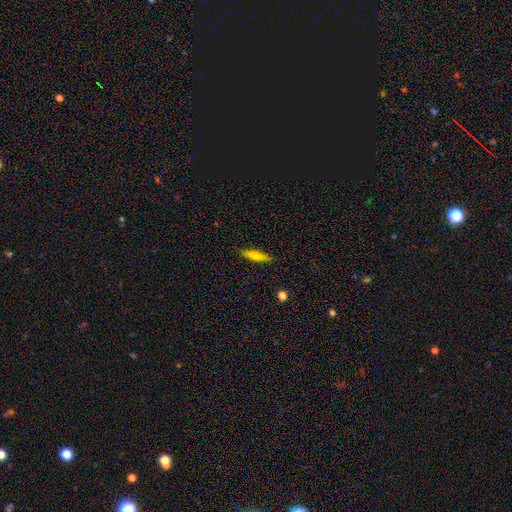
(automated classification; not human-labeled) smooth_or_featured: smooth (p=0.69) [alt: featured or disk p=0.24]
how_rounded: cigar-shaped (p=0.79) [alt: in between p=0.19]
merging: none (p=0.88) [alt: minor disturbance p=0.09]